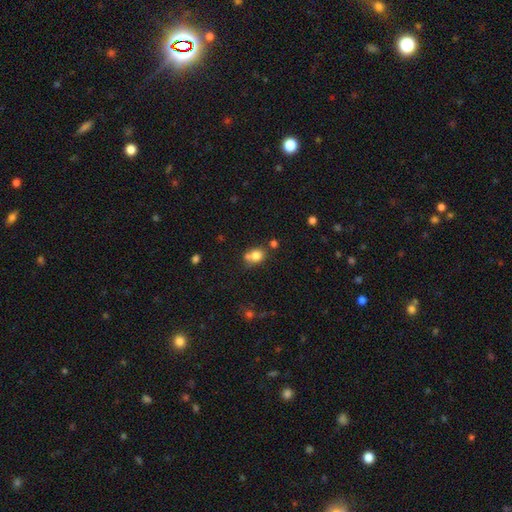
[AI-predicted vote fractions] Smooth or featured? smooth (78%)
How rounded? round (66%)
Merging? none (48%)